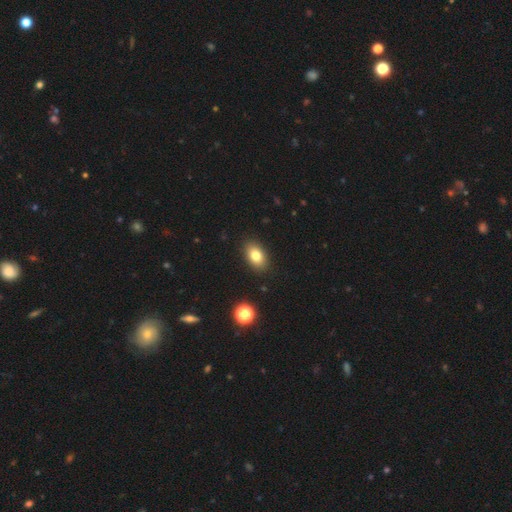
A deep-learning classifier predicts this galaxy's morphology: smooth 81%, featured or disk 10%, star or artifact 9%. Down the decision tree: how rounded — in between (88%); merging — none (88%).